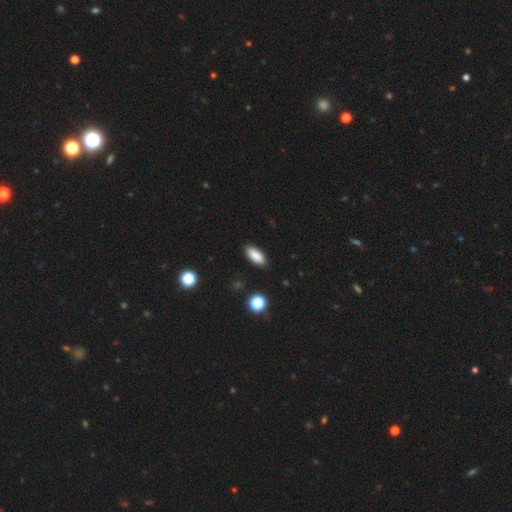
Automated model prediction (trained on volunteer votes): Smooth or featured: smooth — 87% (star or artifact — 8%)
How rounded: in between — 85% (cigar-shaped — 13%)
Merging: none — 88% (minor disturbance — 9%)